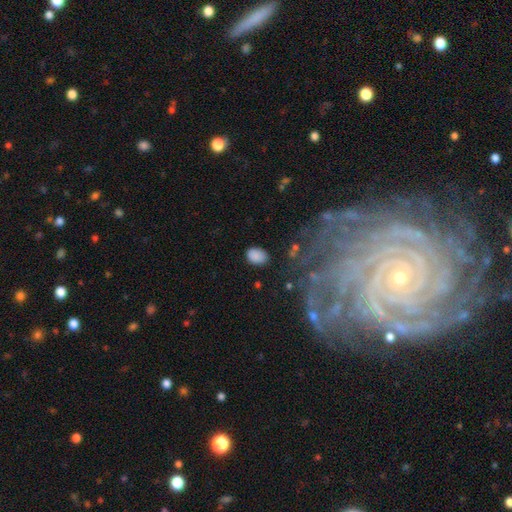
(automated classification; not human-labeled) Smooth or featured? smooth (86%)
How rounded? in between (74%)
Merging? none (81%)